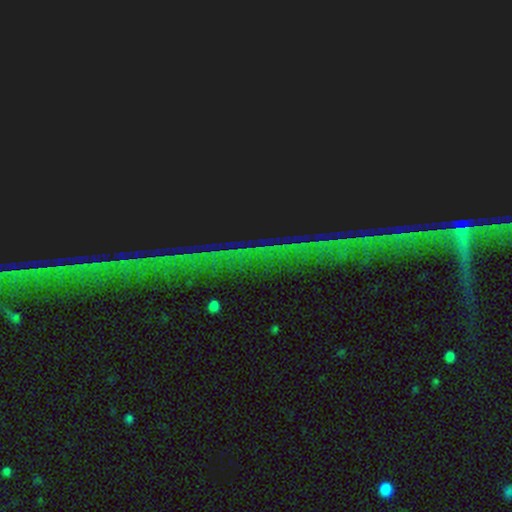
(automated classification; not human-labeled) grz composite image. It shows a star or artifact, not a galaxy (84%).